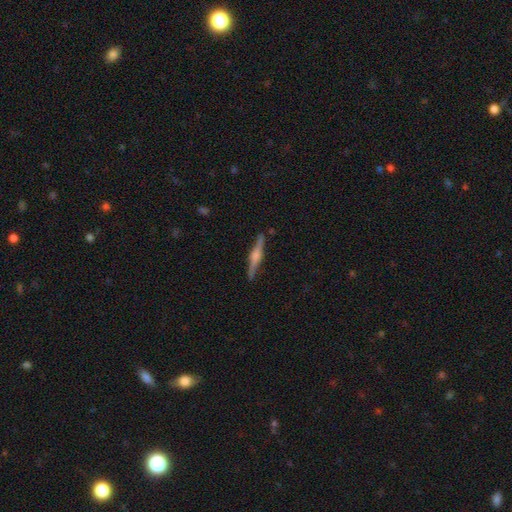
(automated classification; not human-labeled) Q: Smooth or featured?
A: featured or disk (79%); runner-up: smooth (15%)
Q: Edge-on disk?
A: yes (98%); runner-up: no (2%)
Q: Edge-on bulge?
A: rounded (81%); runner-up: boxy (13%)
Q: Merging?
A: none (90%); runner-up: minor disturbance (8%)